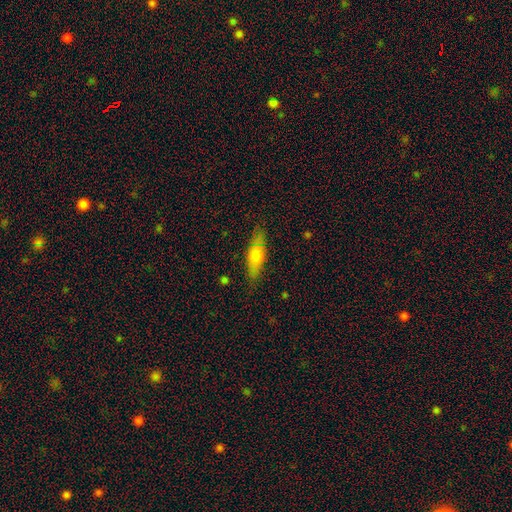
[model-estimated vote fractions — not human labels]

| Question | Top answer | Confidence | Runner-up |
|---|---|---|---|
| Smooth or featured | smooth | 63% | featured or disk (30%) |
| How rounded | cigar-shaped | 50% | in between (47%) |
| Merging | none | 80% | minor disturbance (15%) |